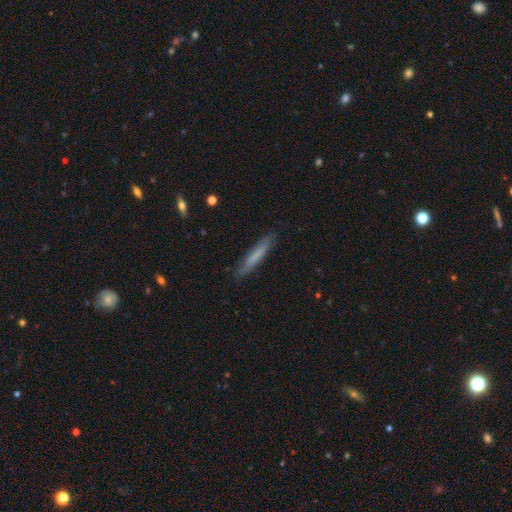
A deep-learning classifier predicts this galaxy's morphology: Overall: smooth (67%). How rounded: cigar-shaped (94%). Merging: none (87%).